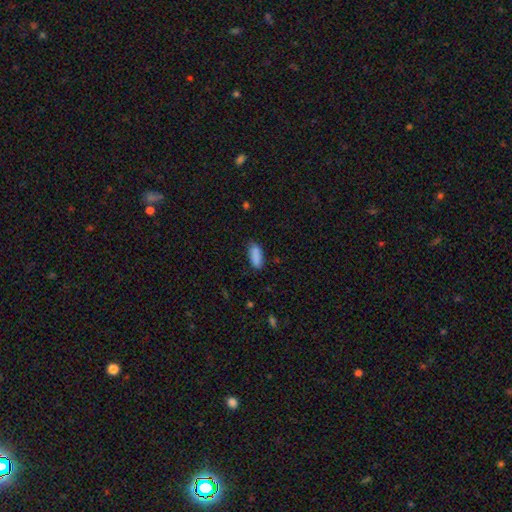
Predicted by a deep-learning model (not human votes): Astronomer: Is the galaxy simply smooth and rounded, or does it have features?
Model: smooth — 89%.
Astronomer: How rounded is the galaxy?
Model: in between — 81%.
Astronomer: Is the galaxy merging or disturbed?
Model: none — 78%.